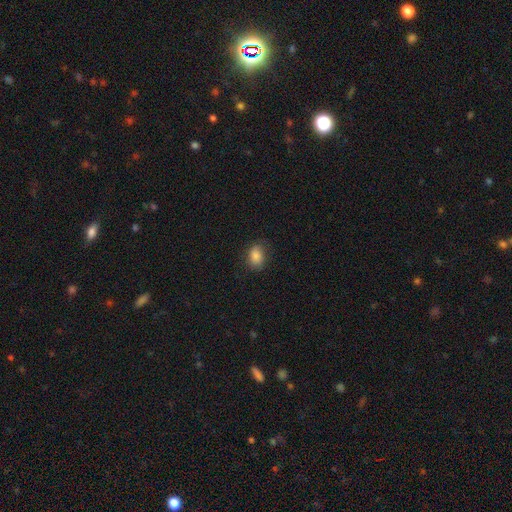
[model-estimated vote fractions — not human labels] This appears to be a smooth galaxy with no disk features (84%) that is in between round and cigar-shaped (75%). Merging: none (79%).